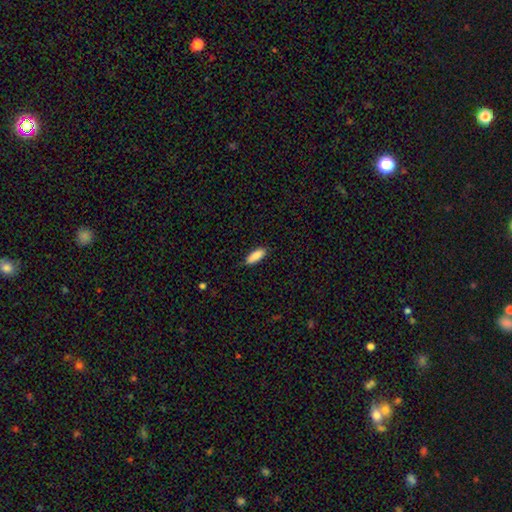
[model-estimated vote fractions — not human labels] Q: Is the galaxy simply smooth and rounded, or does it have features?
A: smooth — 88%.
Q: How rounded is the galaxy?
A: in between — 71%.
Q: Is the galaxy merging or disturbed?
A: none — 82%.